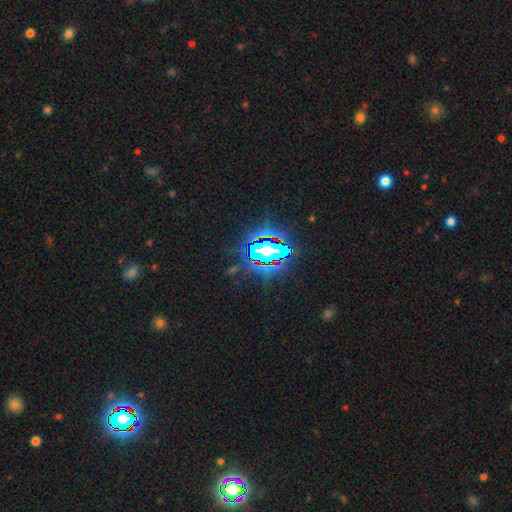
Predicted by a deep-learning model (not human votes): star or artifact 81%, smooth 11%, featured or disk 7%.